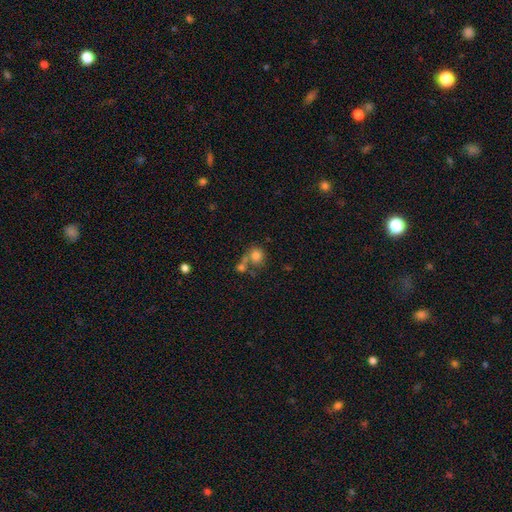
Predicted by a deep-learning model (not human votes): Morphology: type=smooth (78%); roundness=round (77%); merging=none (41%).